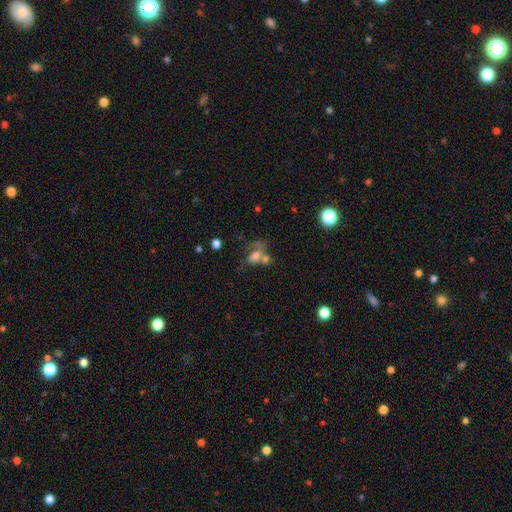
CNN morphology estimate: smooth 56%, featured or disk 30%, star or artifact 13%. Down the decision tree: how rounded — in between (73%); merging — merger (42%).